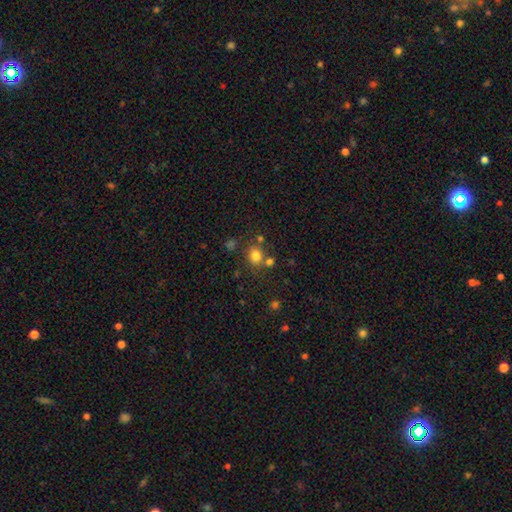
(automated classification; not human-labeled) smooth 78%, star or artifact 14%, featured or disk 7%. Down the decision tree: how rounded — round (75%); merging — none (68%).